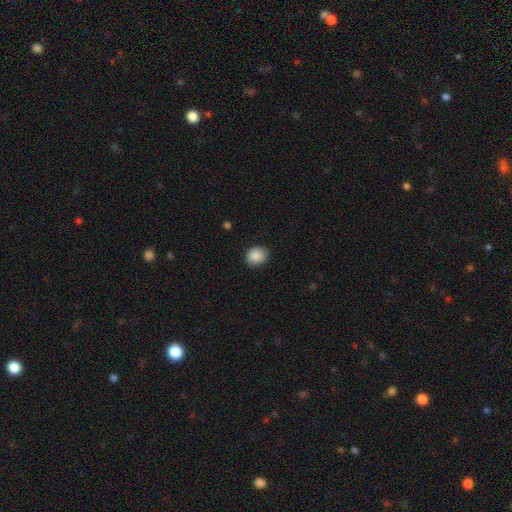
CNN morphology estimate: The model was most divided on "how rounded": round: 51%, in between: 48%, cigar-shaped: 1%. More confident: smooth or featured — smooth (89%); merging — none (84%).